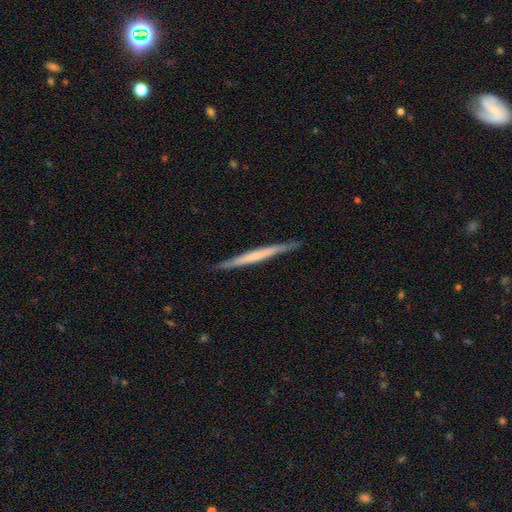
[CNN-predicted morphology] type=featured or disk (50%); edge-on=yes (97%); merging=none (89%).